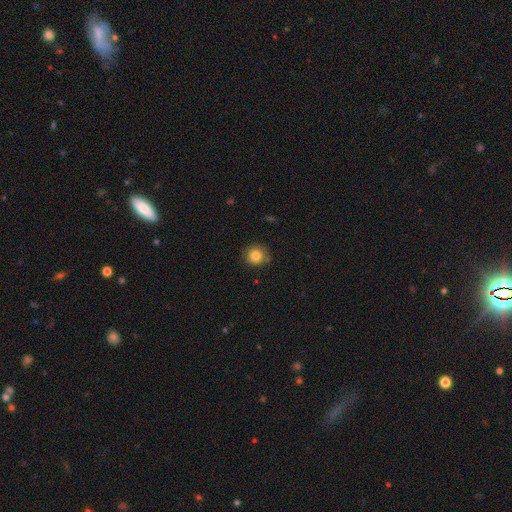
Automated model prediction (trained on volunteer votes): Overall: smooth (83%). How rounded: round (91%). Merging: none (83%).